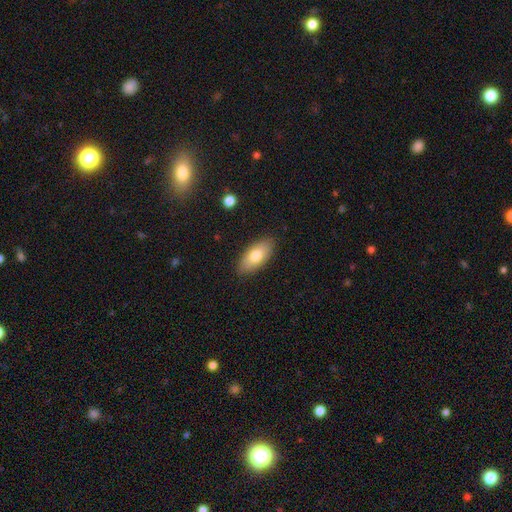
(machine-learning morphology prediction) This appears to be a smooth galaxy with no disk features (76%) that is in between round and cigar-shaped (87%). Merging: none (86%).